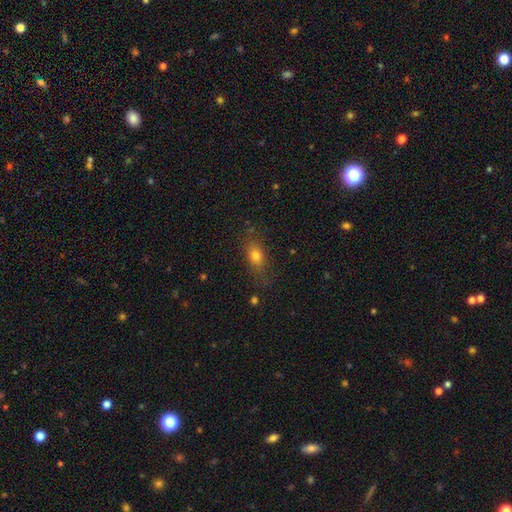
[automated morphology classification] Smooth or featured?
  - smooth: 75% *
  - star or artifact: 13%
  - featured or disk: 12%
How rounded?
  - in between: 71% *
  - round: 20%
  - cigar-shaped: 9%
Merging?
  - none: 75% *
  - minor disturbance: 16%
  - major disturbance: 6%
  - merger: 2%